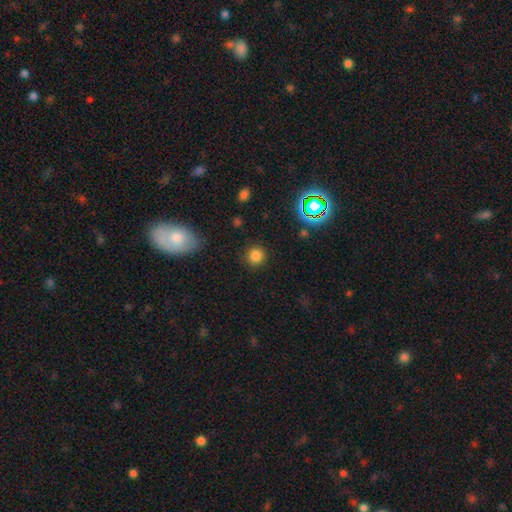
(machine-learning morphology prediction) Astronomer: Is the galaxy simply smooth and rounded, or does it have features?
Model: smooth — 79%.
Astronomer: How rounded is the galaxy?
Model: round — 93%.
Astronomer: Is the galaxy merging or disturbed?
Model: none — 88%.